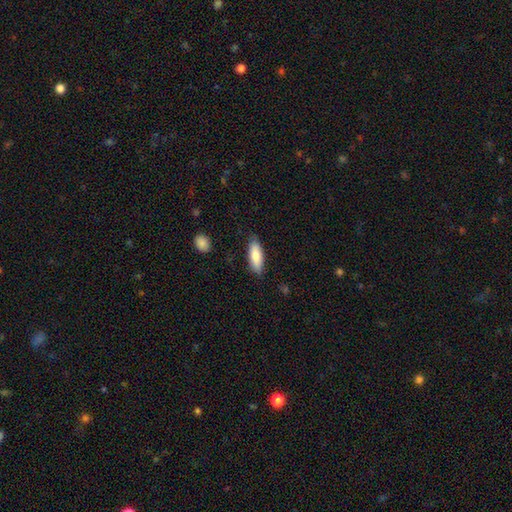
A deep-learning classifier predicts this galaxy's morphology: Smooth or featured? Predicted: smooth (p=0.81). How rounded? Predicted: in between (p=0.65). Merging? Predicted: none (p=0.84).